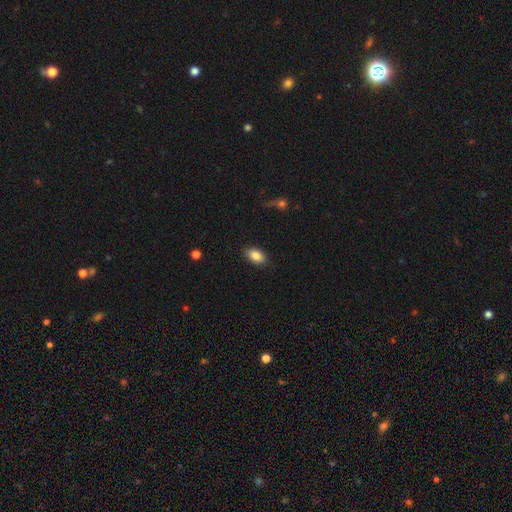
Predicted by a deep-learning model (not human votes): This is clearly a smooth galaxy (87%). How rounded: clearly in between (91%). Merging: clearly none (85%).